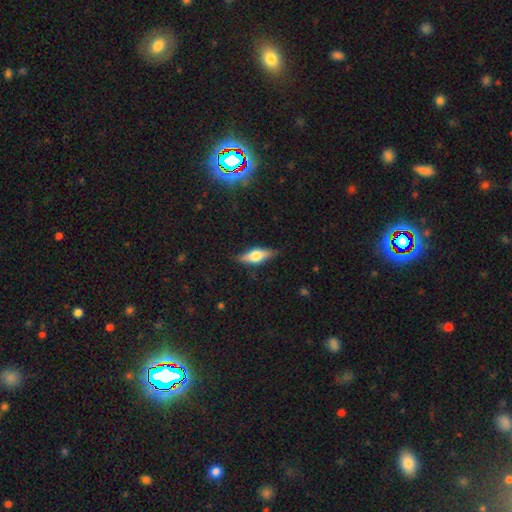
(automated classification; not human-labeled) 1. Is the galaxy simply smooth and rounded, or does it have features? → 50% featured or disk, 43% smooth, 7% star or artifact.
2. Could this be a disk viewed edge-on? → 92% yes, 8% no.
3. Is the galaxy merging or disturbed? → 83% none, 13% minor disturbance, 3% major disturbance, 1% merger.